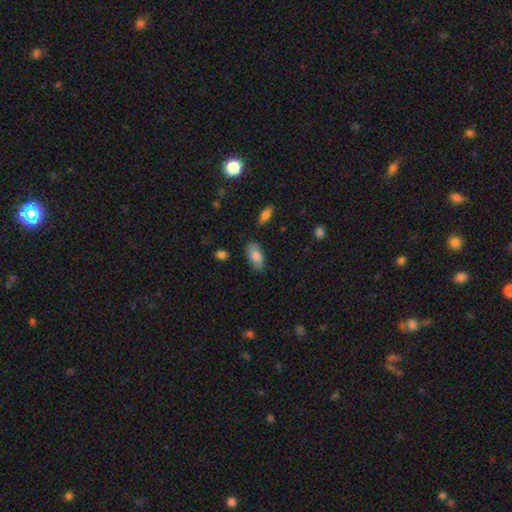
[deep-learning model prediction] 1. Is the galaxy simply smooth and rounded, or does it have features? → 81% smooth, 12% featured or disk, 7% star or artifact.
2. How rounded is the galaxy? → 91% in between, 6% cigar-shaped, 3% round.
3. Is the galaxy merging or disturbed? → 74% none, 19% minor disturbance, 4% major disturbance, 2% merger.